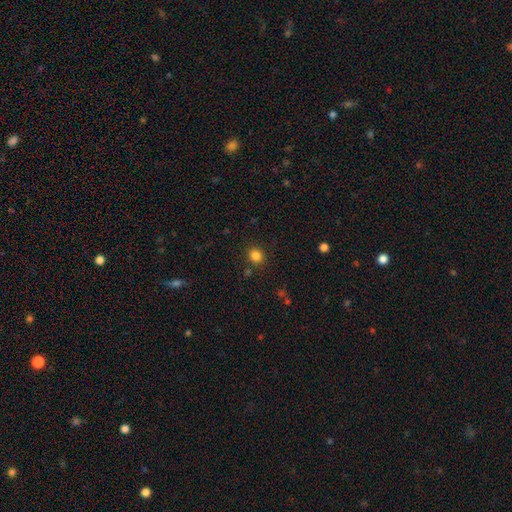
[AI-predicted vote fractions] Smooth or featured: smooth — 84% (star or artifact — 12%)
How rounded: round — 80% (in between — 19%)
Merging: none — 85% (minor disturbance — 8%)